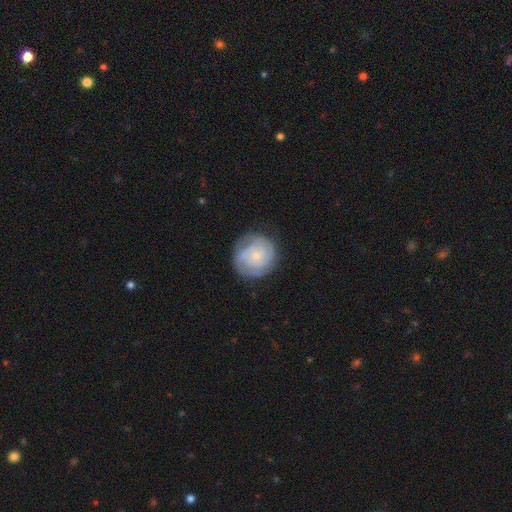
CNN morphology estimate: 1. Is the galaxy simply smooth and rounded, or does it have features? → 68% featured or disk, 26% smooth, 6% star or artifact.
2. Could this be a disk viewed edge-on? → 98% no, 2% yes.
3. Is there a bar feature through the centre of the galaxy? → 75% no, 22% weak, 3% strong.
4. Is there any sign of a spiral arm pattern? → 91% yes, 9% no.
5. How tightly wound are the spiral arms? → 69% tight, 25% medium, 6% loose.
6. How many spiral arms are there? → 34% can't tell, 25% 3, 20% 2, 10% 4, 5% 1, 5% more than 4.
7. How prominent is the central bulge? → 64% small, 24% moderate, 8% none, 2% large, 1% dominant.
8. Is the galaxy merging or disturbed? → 76% none, 17% minor disturbance, 6% major disturbance, 1% merger.